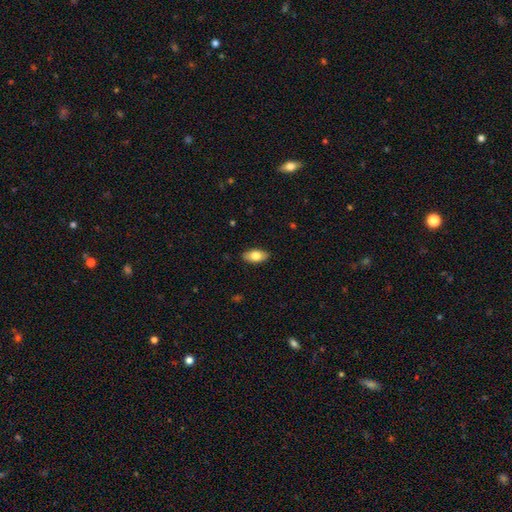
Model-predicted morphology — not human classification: smooth-or-featured: smooth: 78% | featured or disk: 16% | star or artifact: 6%
  how-rounded: in between: 91% | cigar-shaped: 6% | round: 3%
  merging: none: 88% | minor disturbance: 9% | major disturbance: 2% | merger: 1%